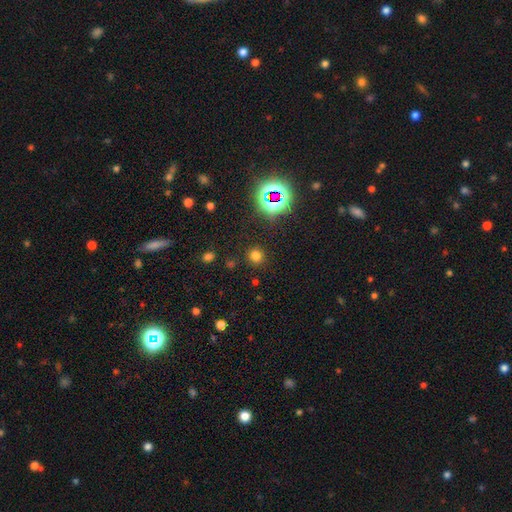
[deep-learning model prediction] A smooth galaxy with no disk features (70%) that is round (90%). Merging: none (88%).